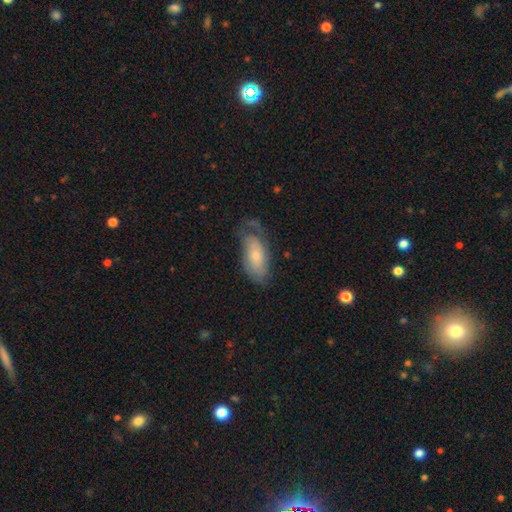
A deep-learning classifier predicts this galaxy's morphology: type=smooth (50%); merging=none (49%).